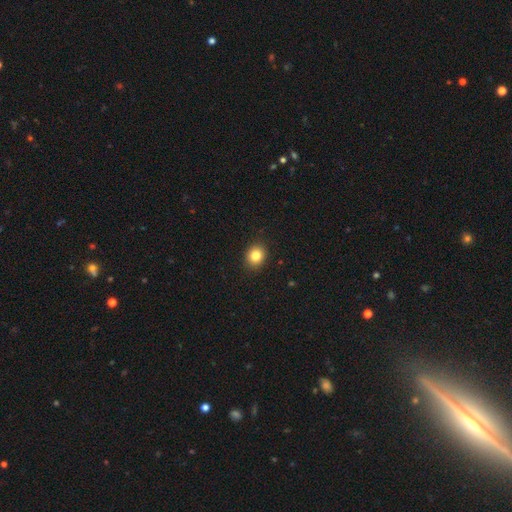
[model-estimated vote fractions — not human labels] Smooth or featured: smooth — 84% (star or artifact — 11%)
How rounded: round — 72% (in between — 27%)
Merging: none — 91% (minor disturbance — 7%)